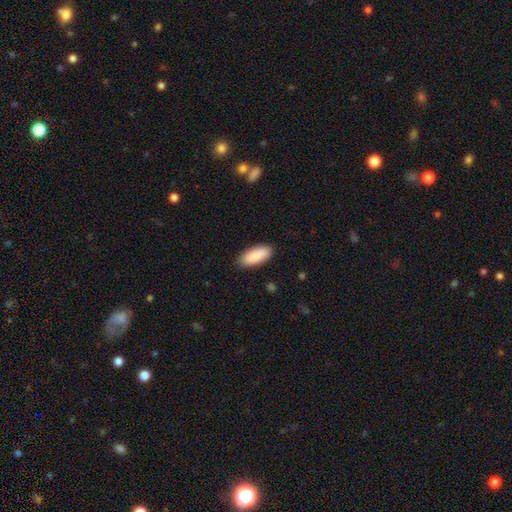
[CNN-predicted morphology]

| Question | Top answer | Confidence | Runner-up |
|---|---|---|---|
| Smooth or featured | smooth | 89% | star or artifact (6%) |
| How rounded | in between | 81% | cigar-shaped (18%) |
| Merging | none | 87% | minor disturbance (10%) |